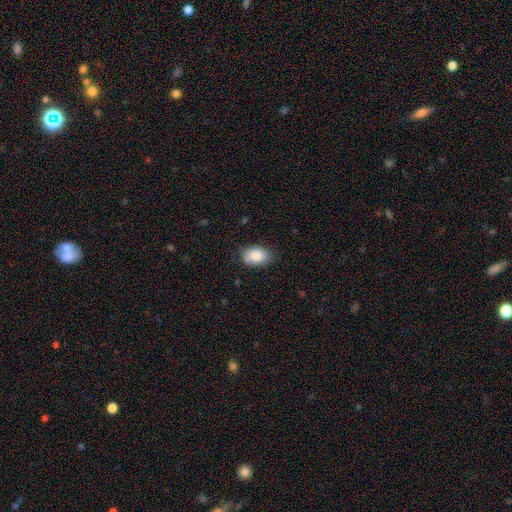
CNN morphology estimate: A smooth galaxy with no disk features (83%) that is in between round and cigar-shaped (84%).

Vote fractions:
- Smooth or featured? smooth: 83% / featured or disk: 10% / star or artifact: 8%
- How rounded? in between: 84% / round: 15% / cigar-shaped: 1%
- Merging? none: 75% / minor disturbance: 20% / major disturbance: 4% / merger: 2%